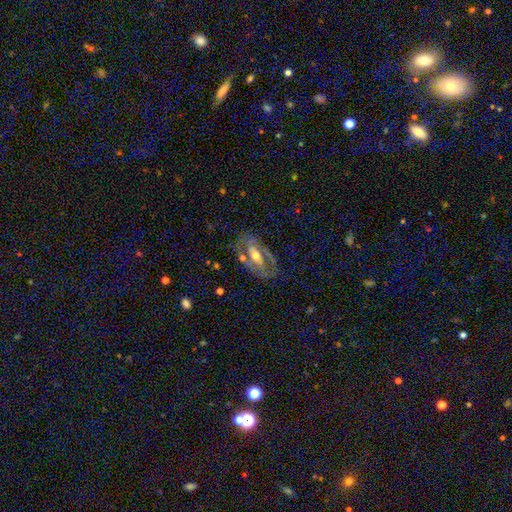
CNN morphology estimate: smooth_or_featured: featured or disk (p=0.71) [alt: smooth p=0.23]
disk_edge_on: no (p=0.85) [alt: yes p=0.15]
bar: no (p=0.40) [alt: strong p=0.32]
has_spiral_arms: no (p=0.51) [alt: yes p=0.49]
bulge_size: moderate (p=0.67) [alt: small p=0.22]
merging: none (p=0.65) [alt: minor disturbance p=0.19]